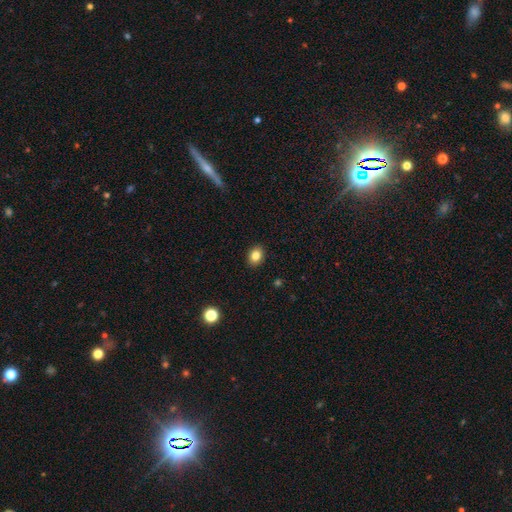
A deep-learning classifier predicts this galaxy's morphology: smooth 83%, star or artifact 10%, featured or disk 7%. Down the decision tree: how rounded — in between (63%); merging — none (90%).